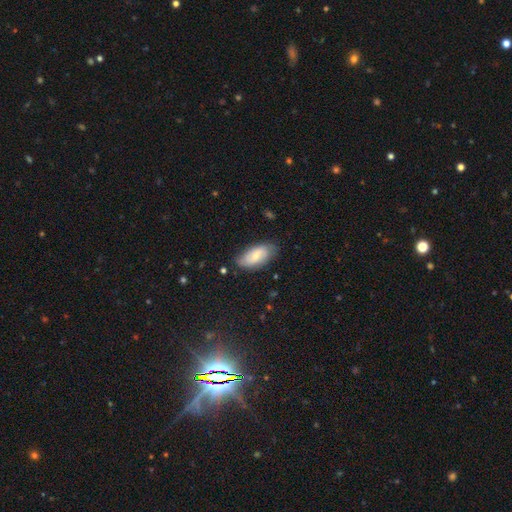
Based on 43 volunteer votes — Morphology: type=smooth (51%); roundness=in between (95%); merging=none (76%).